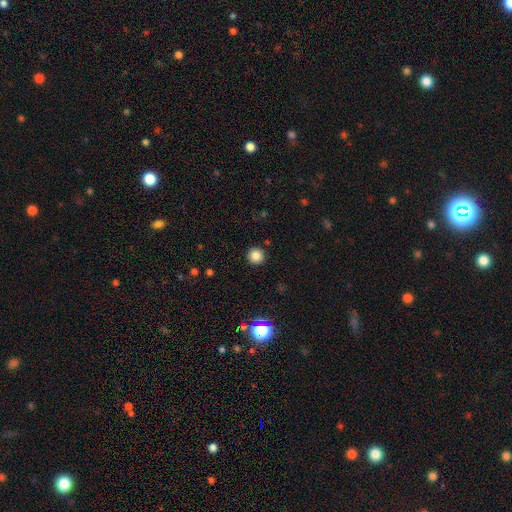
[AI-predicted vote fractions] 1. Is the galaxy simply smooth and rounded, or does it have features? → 84% smooth, 12% star or artifact, 4% featured or disk.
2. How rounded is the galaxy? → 96% round, 3% in between, 1% cigar-shaped.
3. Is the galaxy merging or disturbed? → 92% none, 5% minor disturbance, 2% major disturbance, 1% merger.